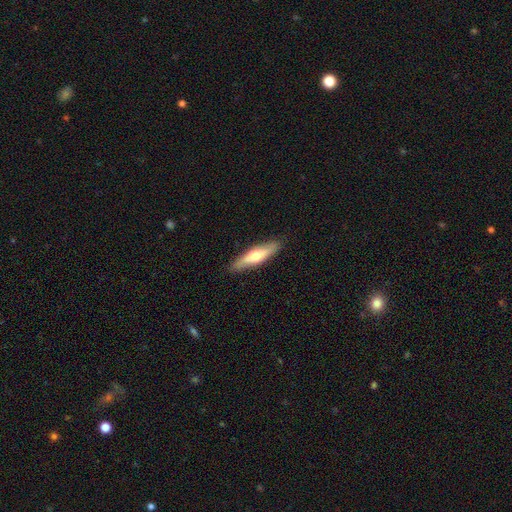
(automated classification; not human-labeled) Smooth or featured: smooth — 53% (featured or disk — 42%)
How rounded: cigar-shaped — 74% (in between — 24%)
Merging: none — 88% (minor disturbance — 9%)